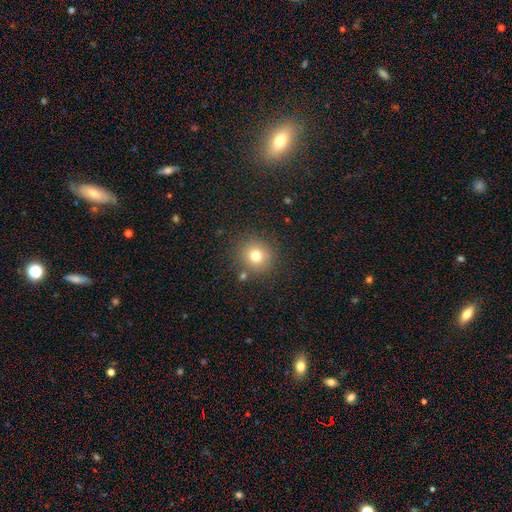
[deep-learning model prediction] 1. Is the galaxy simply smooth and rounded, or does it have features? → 76% smooth, 14% star or artifact, 10% featured or disk.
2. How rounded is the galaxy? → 90% round, 9% in between, 1% cigar-shaped.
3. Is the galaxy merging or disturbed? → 82% none, 9% minor disturbance, 5% merger, 3% major disturbance.